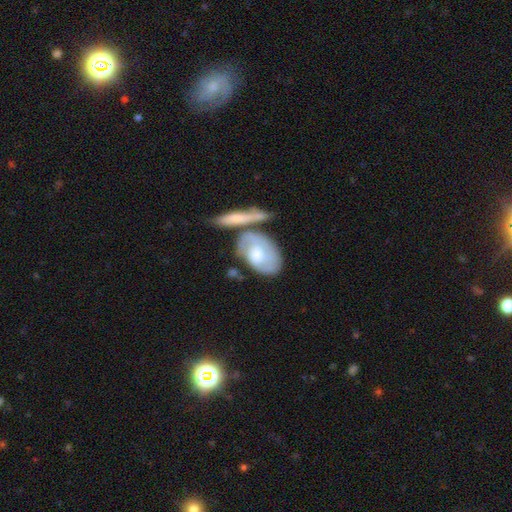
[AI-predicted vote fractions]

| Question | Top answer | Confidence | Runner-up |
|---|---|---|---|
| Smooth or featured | featured or disk | 55% | smooth (39%) |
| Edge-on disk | no | 92% | yes (8%) |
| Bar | no | 57% | weak (35%) |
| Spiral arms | yes | 72% | no (28%) |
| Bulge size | moderate | 46% | large (19%) |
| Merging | none | 44% | merger (24%) |